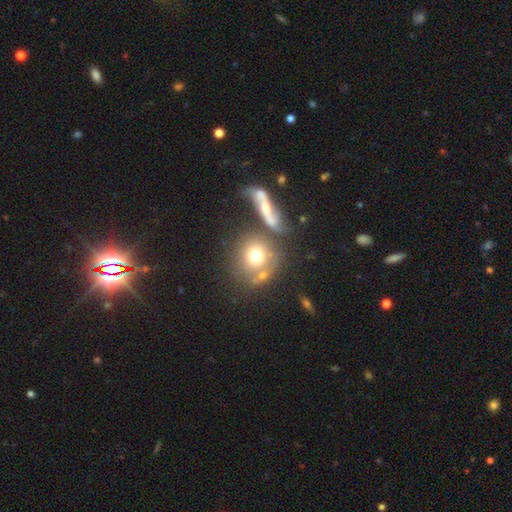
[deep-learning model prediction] Smooth or featured? smooth (68%)
How rounded? round (86%)
Merging? none (55%)